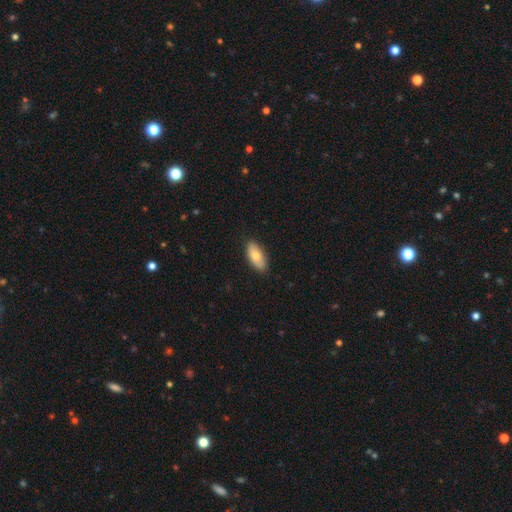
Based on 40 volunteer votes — Smooth or featured?
  - smooth: 70% *
  - featured or disk: 25%
  - star or artifact: 5%
How rounded?
  - in between: 93% *
  - cigar-shaped: 7%
  - round: 0%
Merging?
  - none: 87% *
  - minor disturbance: 13%
  - major disturbance: 0%
  - merger: 0%